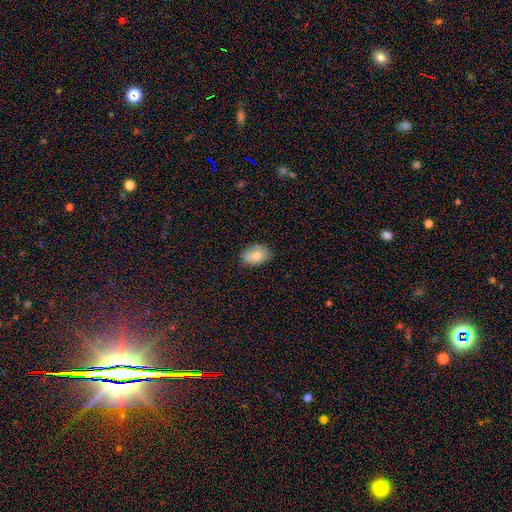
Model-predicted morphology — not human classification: A smooth galaxy with no disk features (81%) that is in between round and cigar-shaped (87%).

Vote fractions:
- Smooth or featured? smooth: 81% / featured or disk: 12% / star or artifact: 7%
- How rounded? in between: 87% / round: 12% / cigar-shaped: 1%
- Merging? none: 80% / minor disturbance: 16% / major disturbance: 3% / merger: 1%